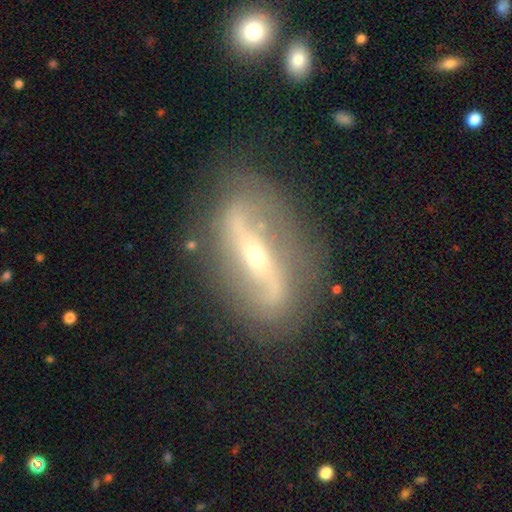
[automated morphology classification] smooth_or_featured: featured or disk (p=0.85) [alt: smooth p=0.09]
disk_edge_on: no (p=0.89) [alt: yes p=0.11]
bar: strong (p=0.56) [alt: weak p=0.25]
has_spiral_arms: yes (p=0.86) [alt: no p=0.14]
spiral_winding: loose (p=0.57) [alt: medium p=0.30]
spiral_arm_count: 2 (p=0.90) [alt: can't tell p=0.05]
bulge_size: small (p=0.65) [alt: moderate p=0.31]
merging: none (p=0.76) [alt: minor disturbance p=0.15]